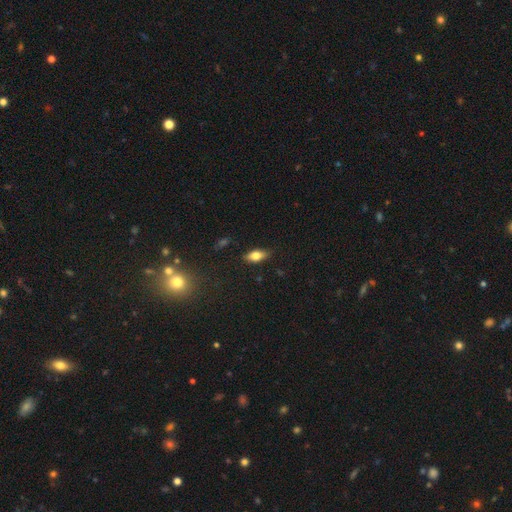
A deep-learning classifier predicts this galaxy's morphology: This is likely a smooth galaxy (70%). How rounded: clearly in between (82%). Merging: clearly none (85%).